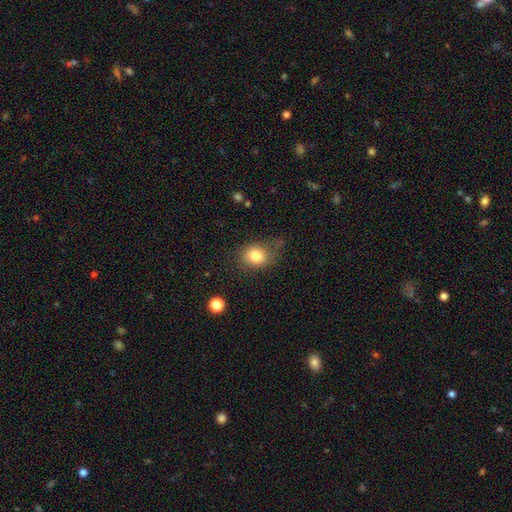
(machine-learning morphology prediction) A smooth galaxy with no disk features (82%) that is round (54%). Merging: none (62%).